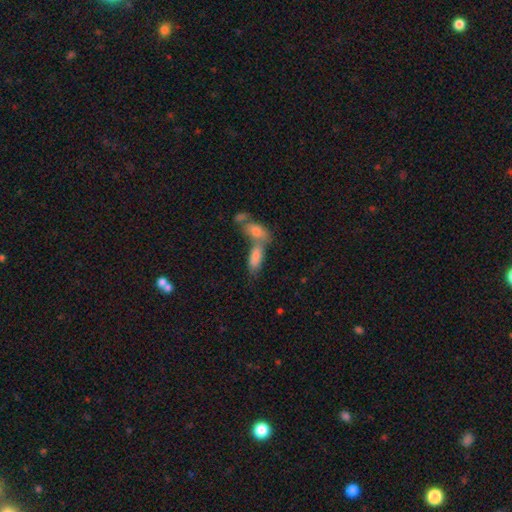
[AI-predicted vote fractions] A smooth galaxy with no disk features (70%) that is in between round and cigar-shaped (75%). Merging: merger (56%).